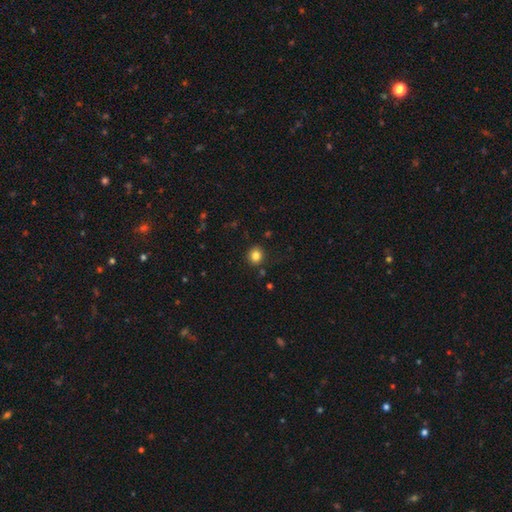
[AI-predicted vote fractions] Overall: smooth (83%). How rounded: round (85%). Merging: none (89%).